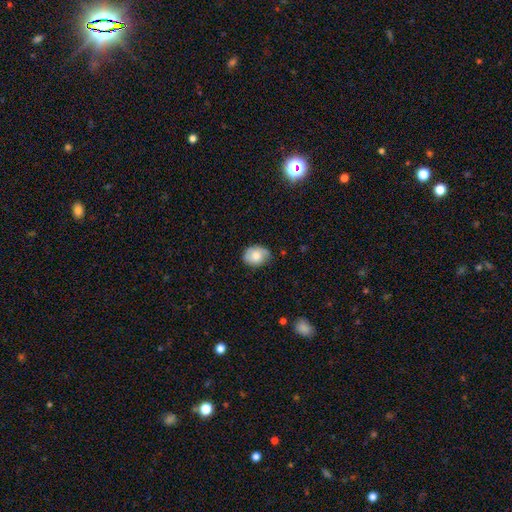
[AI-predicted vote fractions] Q: Smooth or featured?
A: smooth (74%); runner-up: featured or disk (18%)
Q: How rounded?
A: in between (58%); runner-up: round (41%)
Q: Merging?
A: none (68%); runner-up: minor disturbance (26%)